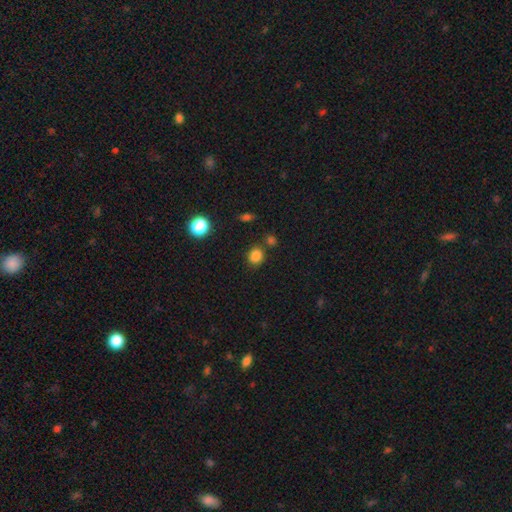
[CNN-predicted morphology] smooth_or_featured: smooth (p=0.83) [alt: star or artifact p=0.12]
how_rounded: round (p=0.76) [alt: in between p=0.23]
merging: none (p=0.79) [alt: minor disturbance p=0.10]